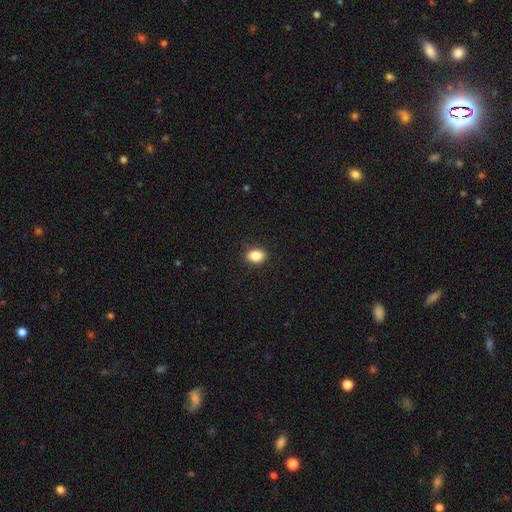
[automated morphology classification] smooth 86%, star or artifact 9%, featured or disk 5%. Down the decision tree: how rounded — in between (75%); merging — none (87%).